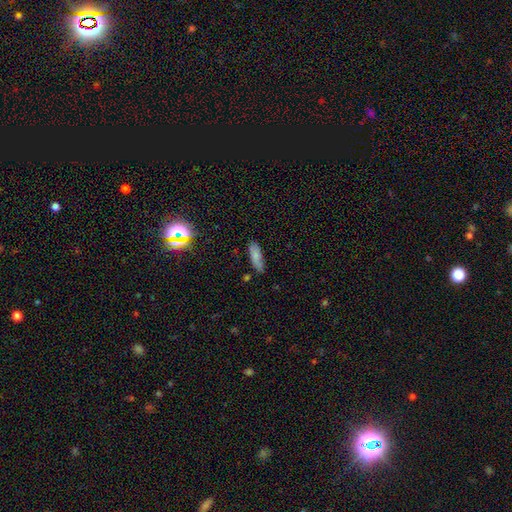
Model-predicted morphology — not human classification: This appears to be a smooth galaxy with no disk features (78%) that is in between round and cigar-shaped (60%). Merging: none (74%).